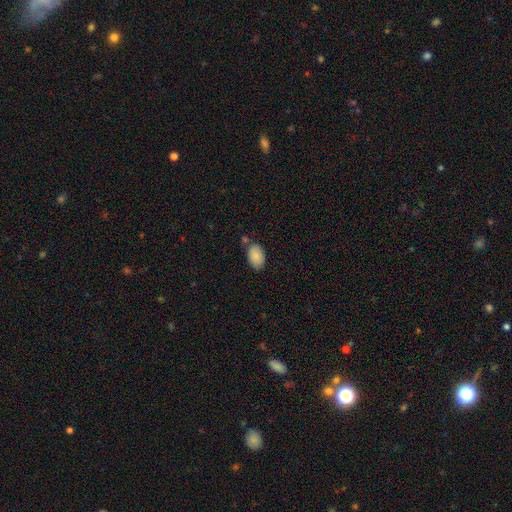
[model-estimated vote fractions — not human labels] Smooth or featured: smooth — 89% (star or artifact — 7%)
How rounded: in between — 90% (round — 9%)
Merging: none — 71% (minor disturbance — 17%)